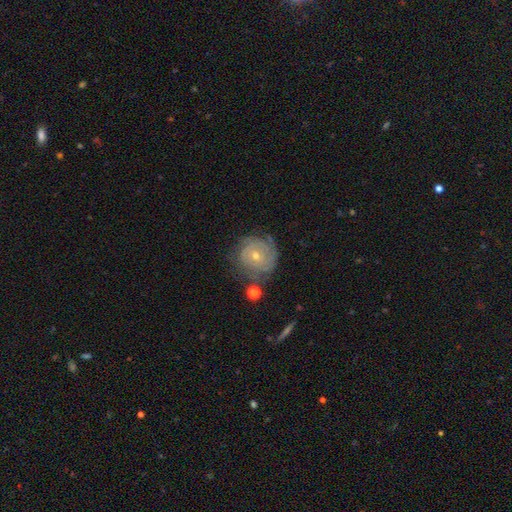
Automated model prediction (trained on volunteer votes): smooth_or_featured: featured or disk (p=0.69) [alt: smooth p=0.21]
disk_edge_on: no (p=0.97) [alt: yes p=0.03]
bar: no (p=0.75) [alt: weak p=0.20]
has_spiral_arms: yes (p=0.85) [alt: no p=0.15]
spiral_winding: tight (p=0.74) [alt: medium p=0.20]
spiral_arm_count: can't tell (p=0.46) [alt: 2 p=0.21]
bulge_size: small (p=0.60) [alt: moderate p=0.37]
merging: none (p=0.71) [alt: minor disturbance p=0.18]